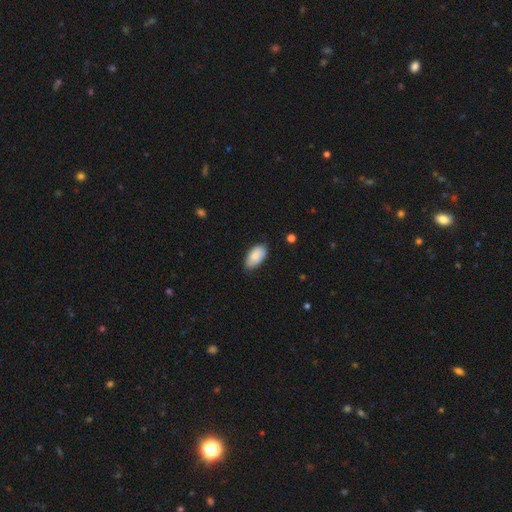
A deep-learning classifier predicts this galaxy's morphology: A smooth galaxy with no disk features (85%) that is in between round and cigar-shaped (95%).

Vote fractions:
- Smooth or featured? smooth: 85% / featured or disk: 9% / star or artifact: 6%
- How rounded? in between: 95% / round: 3% / cigar-shaped: 2%
- Merging? none: 73% / minor disturbance: 23% / major disturbance: 3% / merger: 1%